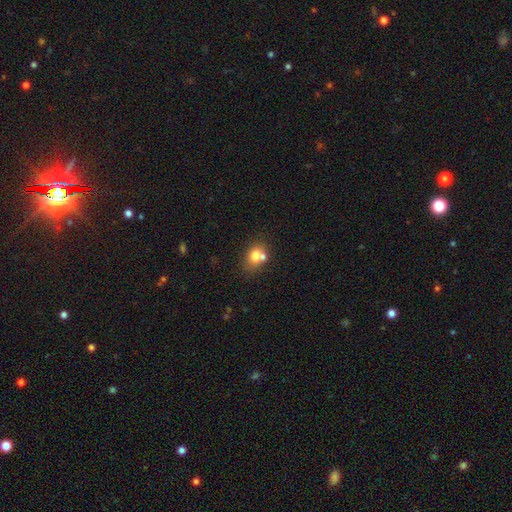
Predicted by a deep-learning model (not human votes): Smooth or featured? smooth (73%)
How rounded? round (51%)
Merging? none (49%)